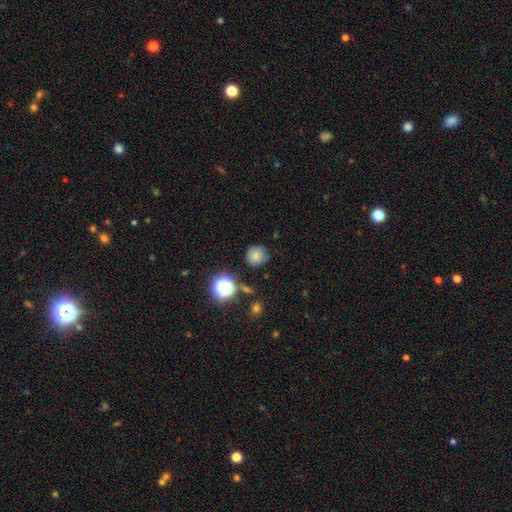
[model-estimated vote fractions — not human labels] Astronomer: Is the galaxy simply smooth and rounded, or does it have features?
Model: smooth — 76%.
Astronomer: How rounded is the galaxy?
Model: round — 91%.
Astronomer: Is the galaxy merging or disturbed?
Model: none — 78%.